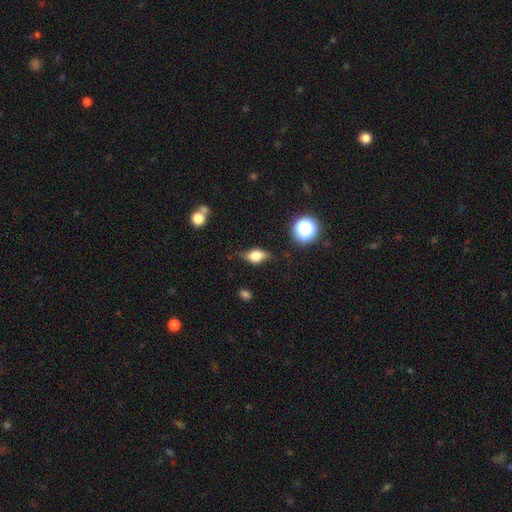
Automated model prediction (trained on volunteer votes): smooth_or_featured: smooth (p=0.57) [alt: featured or disk p=0.32]
how_rounded: in between (p=0.73) [alt: round p=0.18]
merging: none (p=0.71) [alt: minor disturbance p=0.22]